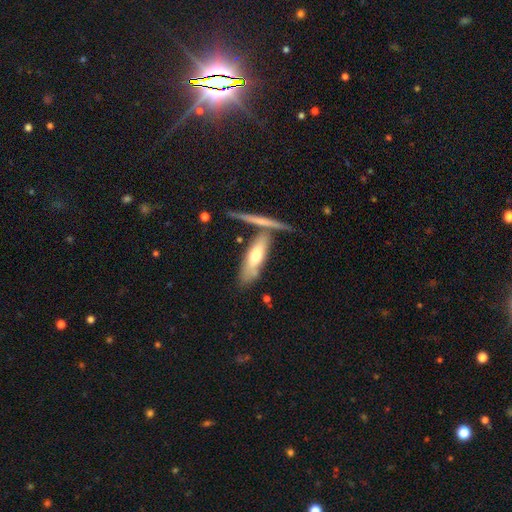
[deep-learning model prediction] Smooth or featured?
  - smooth: 56% *
  - featured or disk: 39%
  - star or artifact: 6%
How rounded?
  - cigar-shaped: 50% *
  - in between: 48%
  - round: 3%
Merging?
  - none: 59% *
  - merger: 20%
  - minor disturbance: 15%
  - major disturbance: 5%